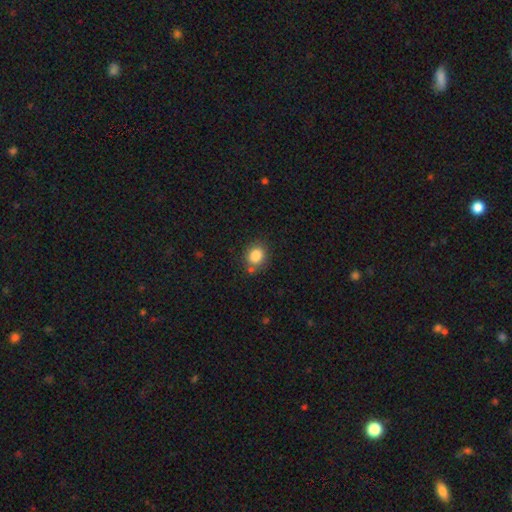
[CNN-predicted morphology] The model was most divided on "how rounded": round: 67%, in between: 32%, cigar-shaped: 1%. More confident: smooth or featured — smooth (85%); merging — none (76%).